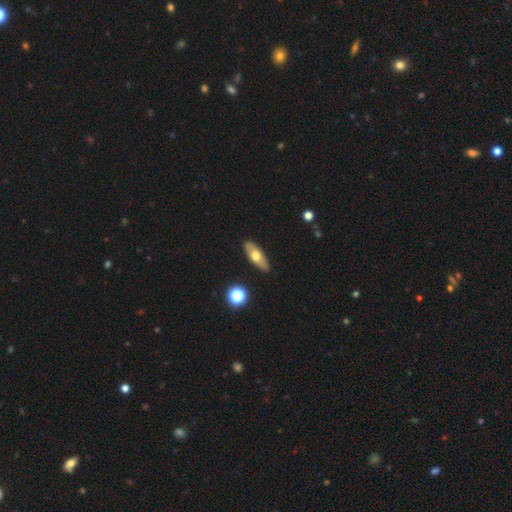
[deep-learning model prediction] Overall: smooth (56%; featured or disk 38%). How rounded: in between (70%). Merging: none (86%).